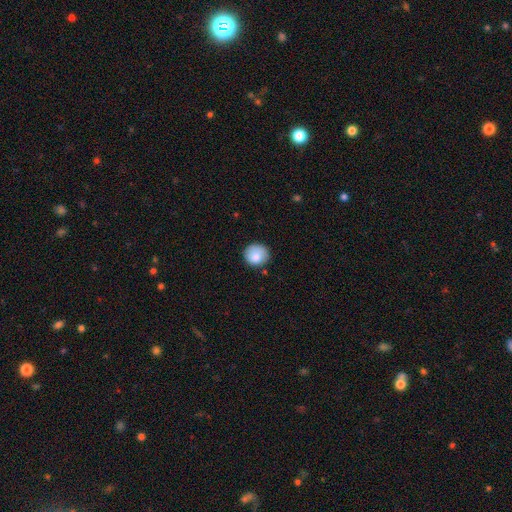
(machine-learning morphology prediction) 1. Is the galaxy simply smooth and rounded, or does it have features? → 84% smooth, 8% featured or disk, 8% star or artifact.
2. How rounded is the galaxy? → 87% round, 12% in between, 1% cigar-shaped.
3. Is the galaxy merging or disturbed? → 78% none, 17% minor disturbance, 3% major disturbance, 2% merger.